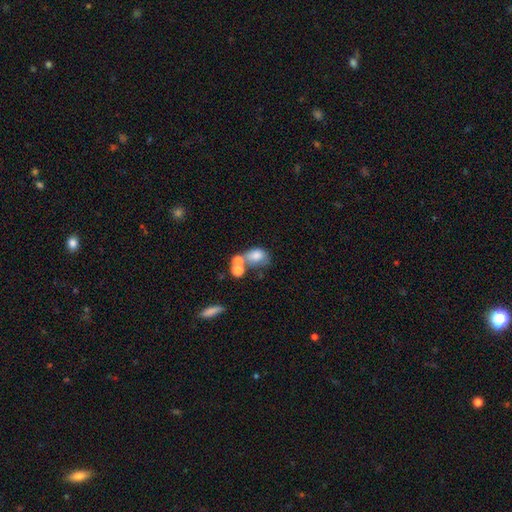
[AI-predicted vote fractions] smooth 70%, featured or disk 18%, star or artifact 12%. Down the decision tree: how rounded — in between (67%); merging — merger (44%).